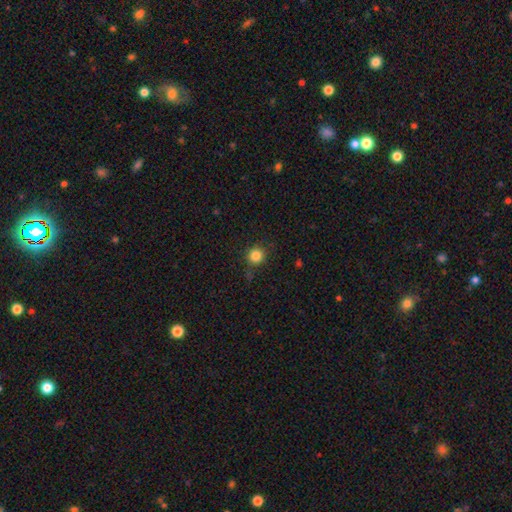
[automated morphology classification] Smooth or featured? Predicted: smooth (p=0.84). How rounded? Predicted: round (p=0.93). Merging? Predicted: none (p=0.83).